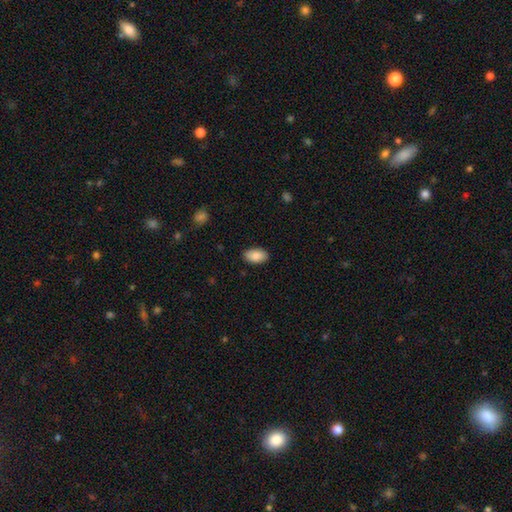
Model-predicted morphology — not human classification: A smooth galaxy with no disk features (88%) that is in between round and cigar-shaped (94%).

Vote fractions:
- Smooth or featured? smooth: 88% / star or artifact: 7% / featured or disk: 5%
- How rounded? in between: 94% / round: 4% / cigar-shaped: 2%
- Merging? none: 88% / minor disturbance: 9% / major disturbance: 2% / merger: 1%